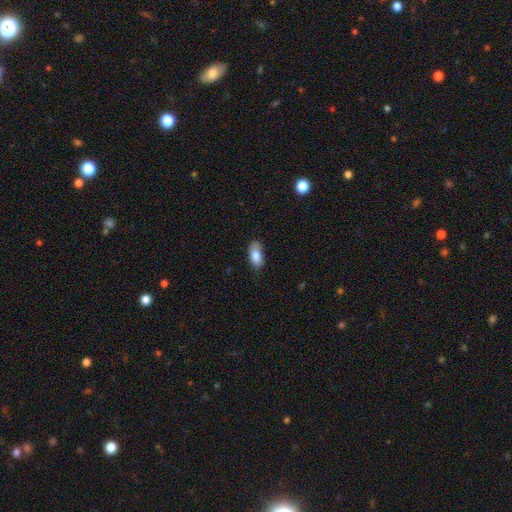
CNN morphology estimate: Overall: smooth (82%). How rounded: in between (90%). Merging: none (64%; minor disturbance 28%).